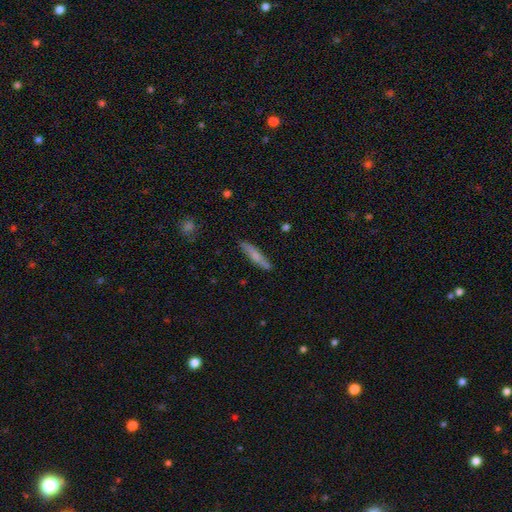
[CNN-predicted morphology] Smooth or featured? Predicted: smooth (p=0.60). How rounded? Predicted: cigar-shaped (p=0.87). Merging? Predicted: none (p=0.84).